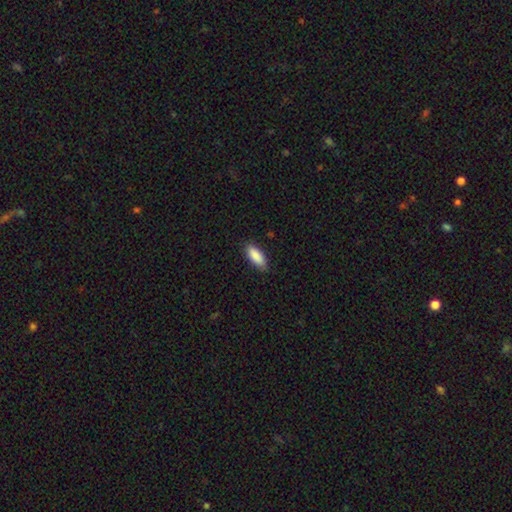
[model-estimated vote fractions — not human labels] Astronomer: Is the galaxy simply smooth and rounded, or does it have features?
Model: smooth — 89%.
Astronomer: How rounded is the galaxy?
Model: in between — 77%.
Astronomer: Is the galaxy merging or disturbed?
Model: none — 83%.